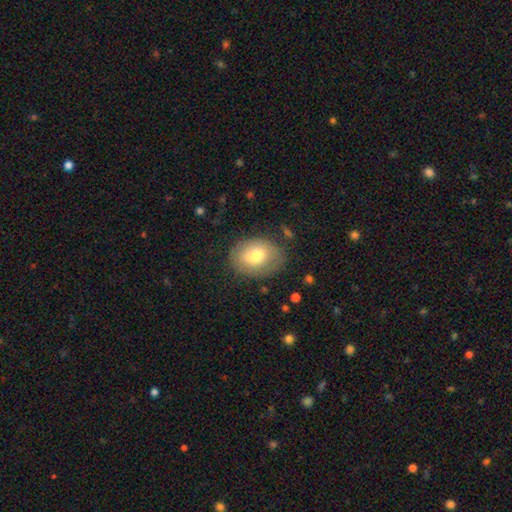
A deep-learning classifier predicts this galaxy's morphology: smooth-or-featured: smooth: 72% | featured or disk: 21% | star or artifact: 7%
  how-rounded: in between: 69% | round: 30% | cigar-shaped: 1%
  merging: none: 76% | minor disturbance: 17% | major disturbance: 6% | merger: 2%